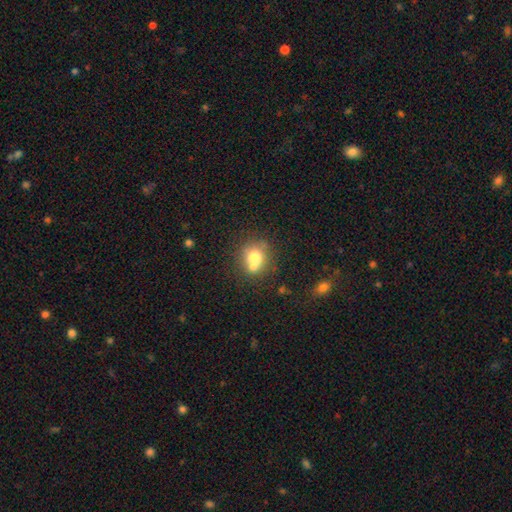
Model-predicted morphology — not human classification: Smooth or featured? smooth (70%)
How rounded? round (81%)
Merging? none (46%)